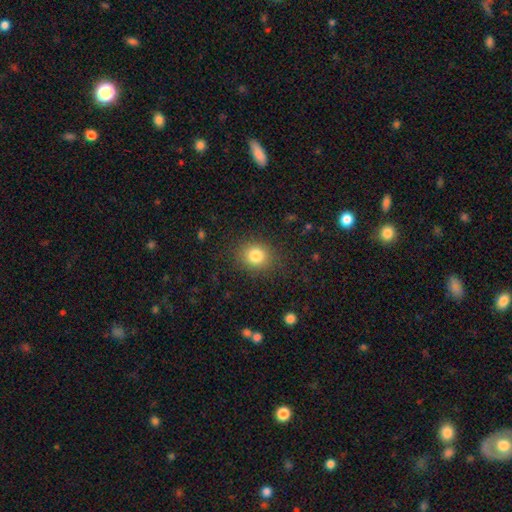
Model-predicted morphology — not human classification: Smooth or featured?
  - smooth: 82% *
  - star or artifact: 11%
  - featured or disk: 7%
How rounded?
  - round: 75% *
  - in between: 24%
  - cigar-shaped: 1%
Merging?
  - none: 86% *
  - minor disturbance: 9%
  - major disturbance: 4%
  - merger: 1%